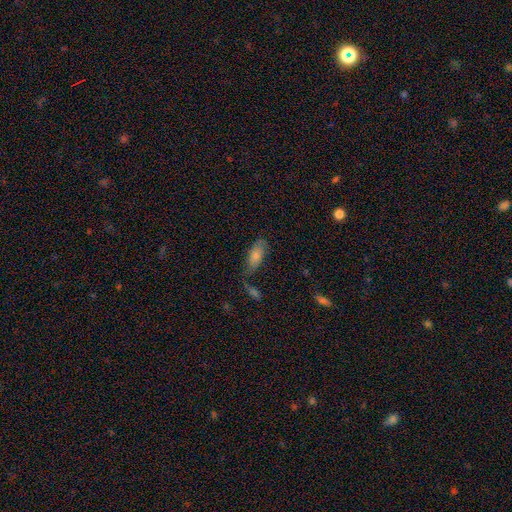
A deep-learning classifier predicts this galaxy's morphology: smooth 75%, featured or disk 18%, star or artifact 8%. Down the decision tree: how rounded — in between (83%); merging — none (55%).